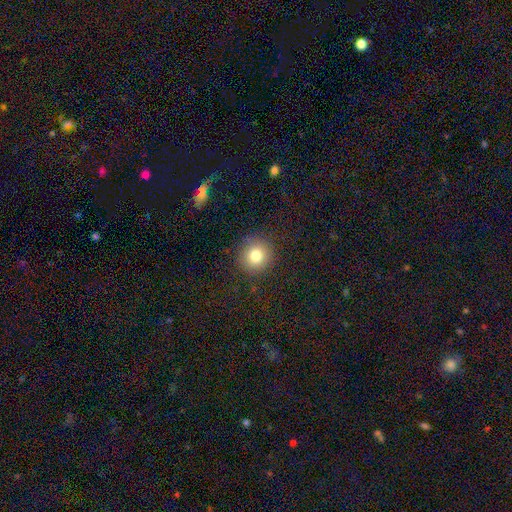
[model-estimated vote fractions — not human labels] Morphology: type=smooth (79%); roundness=round (92%); merging=none (89%).